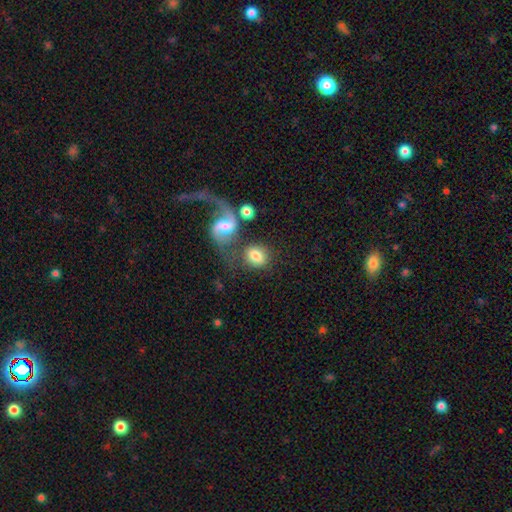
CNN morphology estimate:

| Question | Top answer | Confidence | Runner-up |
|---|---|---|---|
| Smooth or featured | smooth | 69% | featured or disk (23%) |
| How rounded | in between | 53% | round (45%) |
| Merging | none | 51% | merger (25%) |